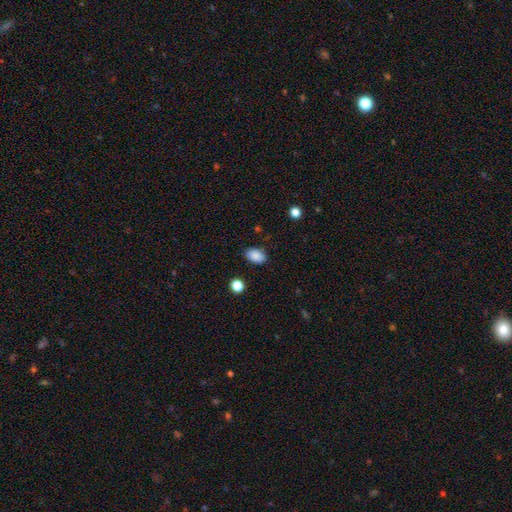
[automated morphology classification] type=smooth (88%); roundness=in between (89%); merging=none (86%).